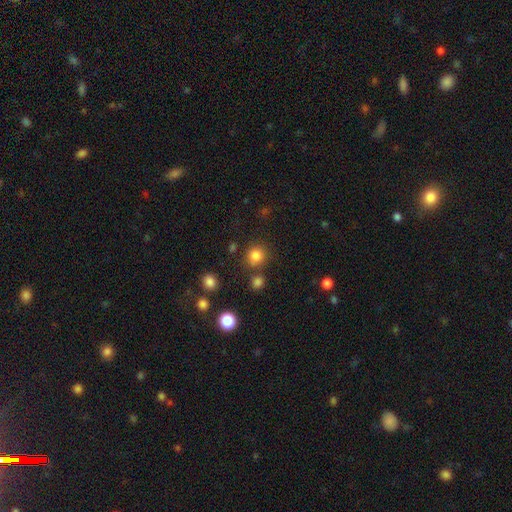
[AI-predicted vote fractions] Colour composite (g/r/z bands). It shows a smooth galaxy with no disk features (82%) that is round (88%). Merging: none (77%).